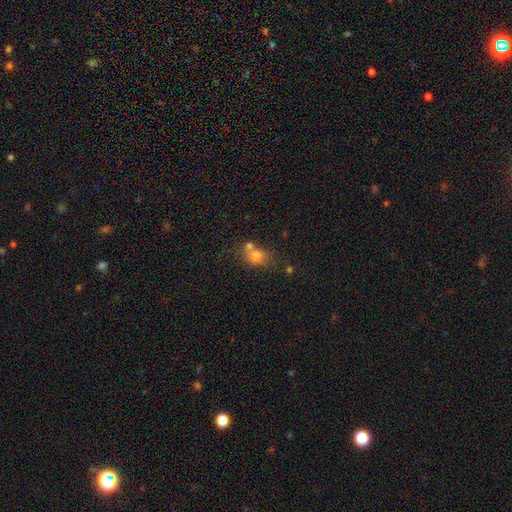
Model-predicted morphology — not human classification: smooth_or_featured: smooth (p=0.75) [alt: star or artifact p=0.13]
how_rounded: round (p=0.57) [alt: in between p=0.42]
merging: none (p=0.42) [alt: merger p=0.38]